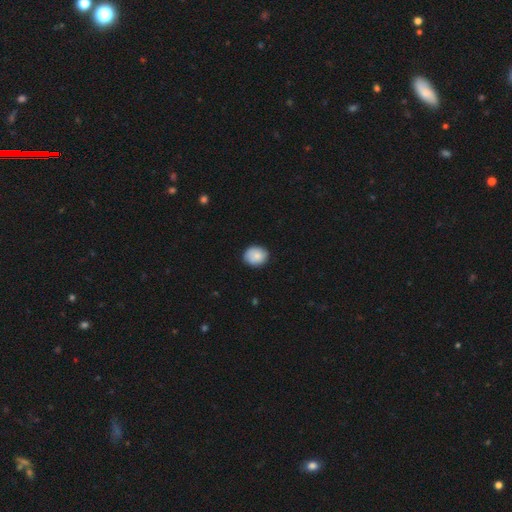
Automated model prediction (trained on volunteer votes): Smooth or featured? Predicted: smooth (p=0.85). How rounded? Predicted: round (p=0.69). Merging? Predicted: none (p=0.84).